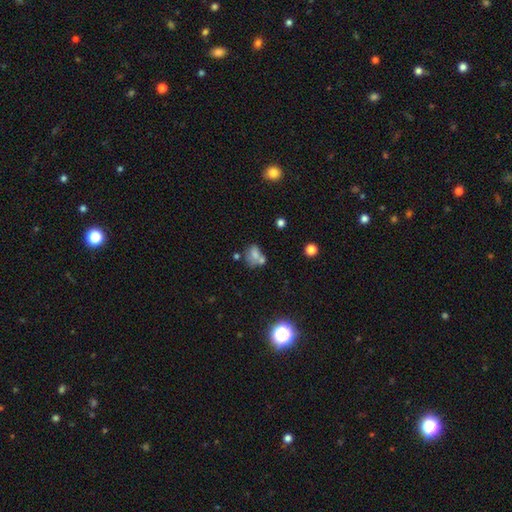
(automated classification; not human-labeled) smooth-or-featured: smooth: 62% | featured or disk: 22% | star or artifact: 16%
  how-rounded: in between: 57% | round: 41% | cigar-shaped: 1%
  merging: merger: 42% | none: 33% | minor disturbance: 15% | major disturbance: 10%